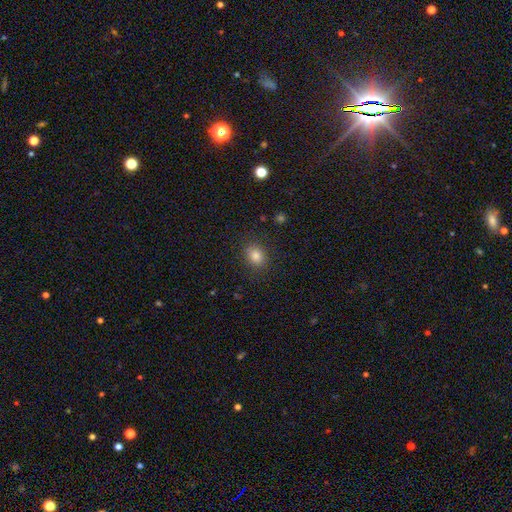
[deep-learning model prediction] smooth-or-featured: smooth: 82% | star or artifact: 12% | featured or disk: 6%
  how-rounded: in between: 55% | round: 44% | cigar-shaped: 1%
  merging: none: 86% | minor disturbance: 10% | major disturbance: 3% | merger: 1%